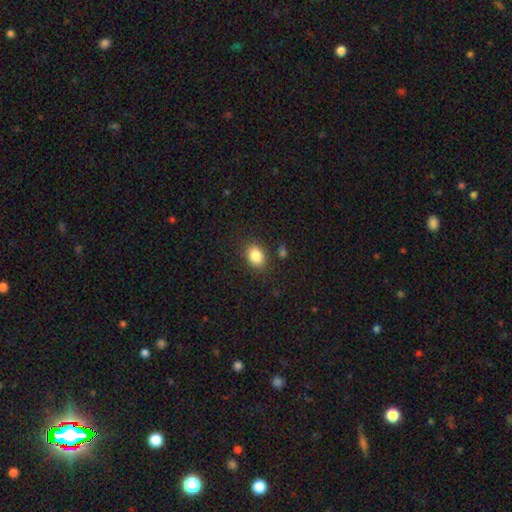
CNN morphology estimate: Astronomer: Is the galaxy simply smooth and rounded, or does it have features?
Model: smooth — 86%.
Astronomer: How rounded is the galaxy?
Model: in between — 65%.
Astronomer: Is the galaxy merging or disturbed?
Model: none — 81%.